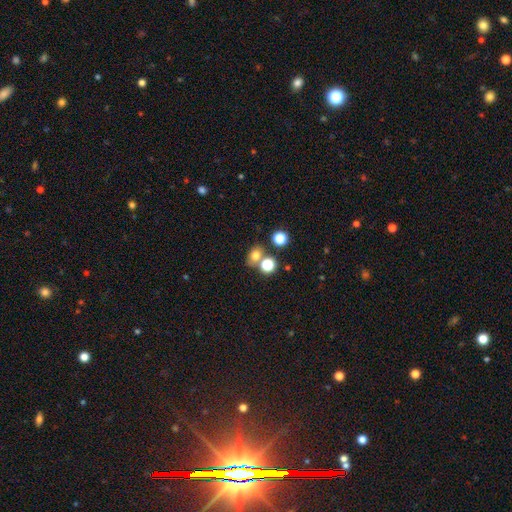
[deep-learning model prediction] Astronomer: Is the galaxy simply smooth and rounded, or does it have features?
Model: smooth — 73%.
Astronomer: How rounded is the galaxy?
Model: in between — 51% (runner-up: round, 48%).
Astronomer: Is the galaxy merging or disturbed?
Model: none — 60%.